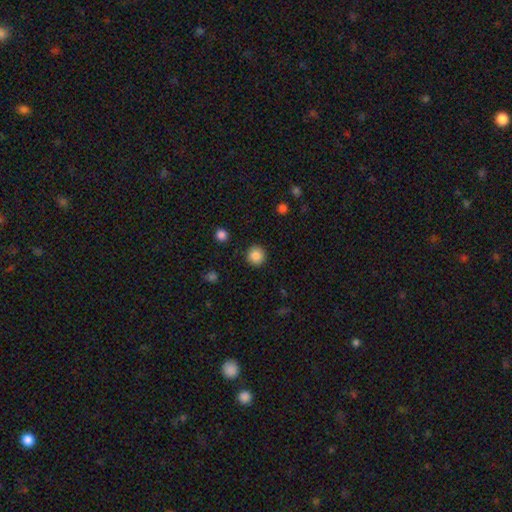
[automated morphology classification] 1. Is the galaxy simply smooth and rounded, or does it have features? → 87% smooth, 10% star or artifact, 4% featured or disk.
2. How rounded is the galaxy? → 95% round, 4% in between, 1% cigar-shaped.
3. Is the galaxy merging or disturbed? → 92% none, 5% minor disturbance, 2% major disturbance, 1% merger.